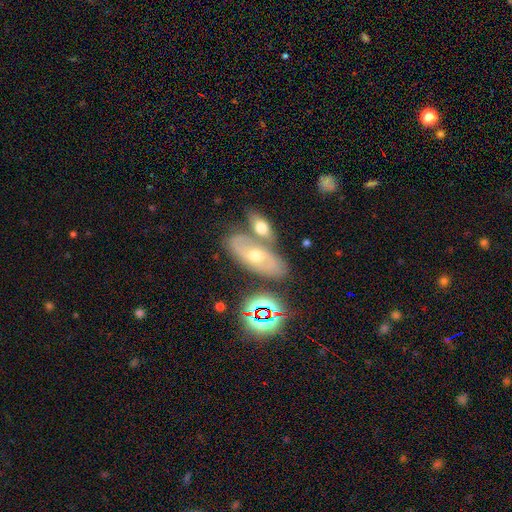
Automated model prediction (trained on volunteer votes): Smooth or featured: featured or disk — 55% (smooth — 29%)
Edge-on disk: no — 84% (yes — 16%)
Merging: none — 53% (merger — 29%)